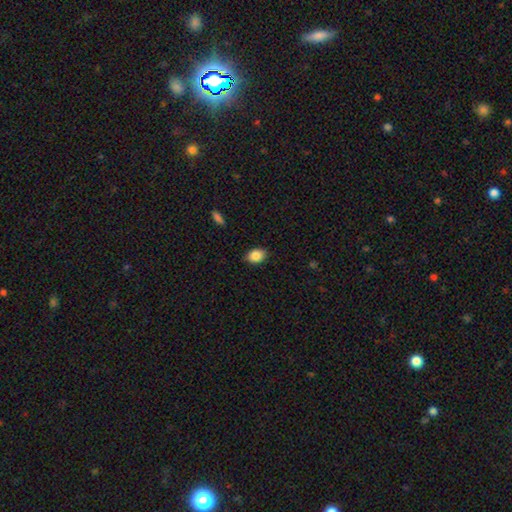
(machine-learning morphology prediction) Smooth or featured?
  - smooth: 86% *
  - star or artifact: 8%
  - featured or disk: 5%
How rounded?
  - in between: 74% *
  - round: 25%
  - cigar-shaped: 1%
Merging?
  - none: 86% *
  - minor disturbance: 11%
  - major disturbance: 2%
  - merger: 1%